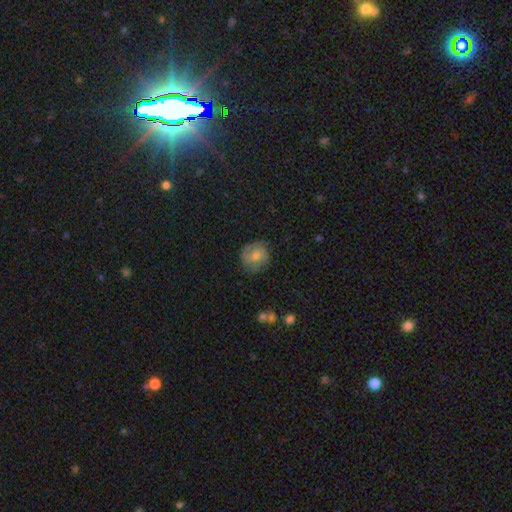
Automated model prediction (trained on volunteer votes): Smooth or featured: smooth — 63% (featured or disk — 27%)
How rounded: round — 87% (in between — 12%)
Merging: none — 77% (minor disturbance — 17%)